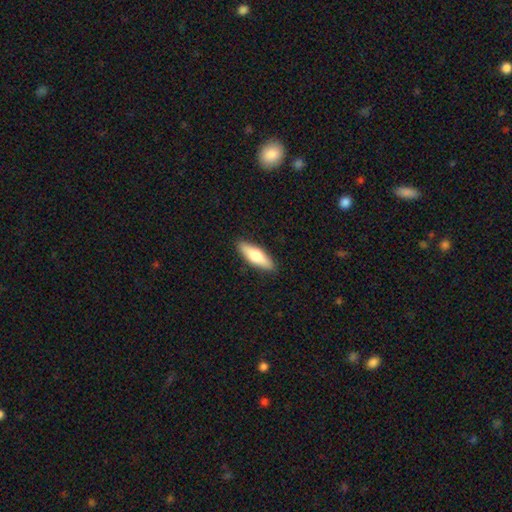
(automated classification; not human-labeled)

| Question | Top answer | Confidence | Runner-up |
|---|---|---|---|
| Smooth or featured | smooth | 64% | featured or disk (30%) |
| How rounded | in between | 50% | cigar-shaped (48%) |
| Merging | none | 89% | minor disturbance (8%) |